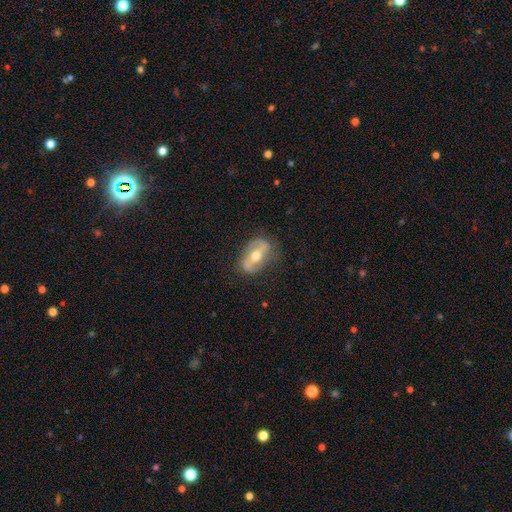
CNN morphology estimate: Q: Smooth or featured?
A: featured or disk (71%); runner-up: smooth (23%)
Q: Edge-on disk?
A: no (91%); runner-up: yes (9%)
Q: Bar?
A: strong (45%); runner-up: weak (29%)
Q: Spiral arms?
A: yes (67%); runner-up: no (33%)
Q: Bulge size?
A: moderate (74%); runner-up: small (19%)
Q: Merging?
A: none (73%); runner-up: minor disturbance (18%)